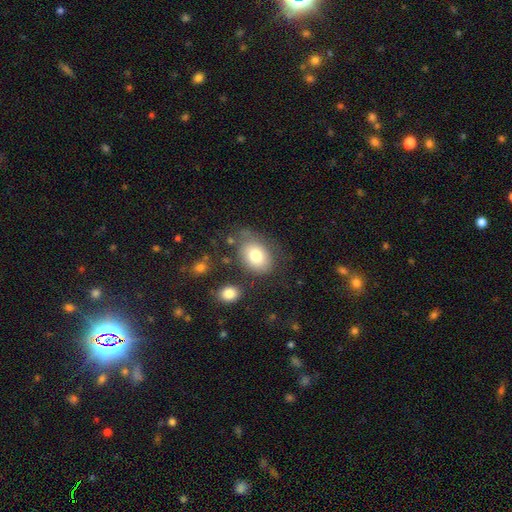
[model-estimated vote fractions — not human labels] Q: Smooth or featured?
A: smooth (76%); runner-up: featured or disk (15%)
Q: How rounded?
A: in between (76%); runner-up: round (23%)
Q: Merging?
A: none (62%); runner-up: minor disturbance (23%)